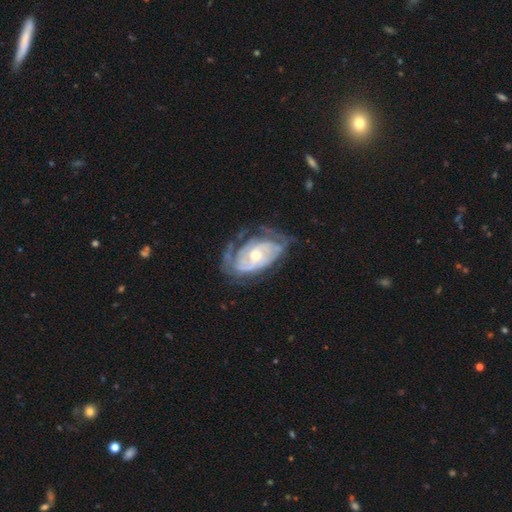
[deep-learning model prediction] Smooth or featured? featured or disk (87%)
Edge-on disk? no (96%)
Bar? no (63%)
Spiral arms? yes (93%)
Spiral winding? tight (65%)
Spiral arm count? 2 (35%)
Bulge size? moderate (58%)
Merging? none (56%)